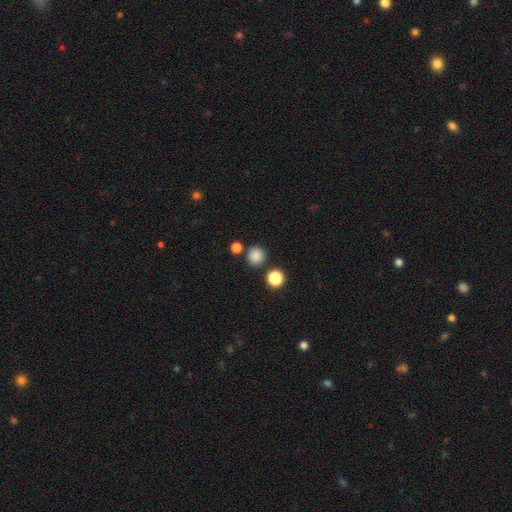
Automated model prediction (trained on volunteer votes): Smooth or featured? smooth (84%)
How rounded? round (89%)
Merging? none (80%)